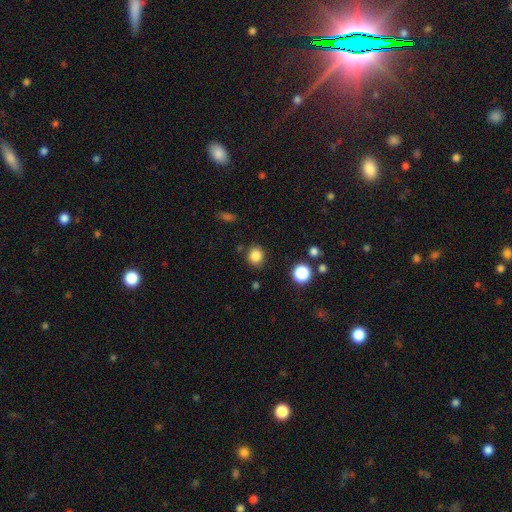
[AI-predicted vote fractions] smooth 85%, star or artifact 11%, featured or disk 4%. Down the decision tree: how rounded — round (76%); merging — none (83%).